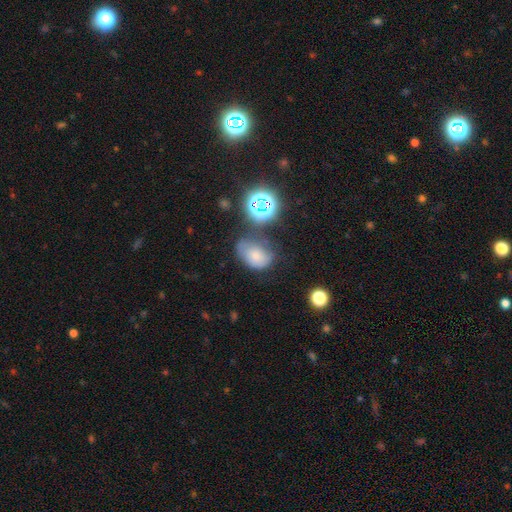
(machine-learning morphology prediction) Smooth or featured?
  - smooth: 65% *
  - star or artifact: 18%
  - featured or disk: 17%
How rounded?
  - in between: 77% *
  - round: 22%
  - cigar-shaped: 1%
Merging?
  - none: 42% *
  - minor disturbance: 32%
  - major disturbance: 16%
  - merger: 10%